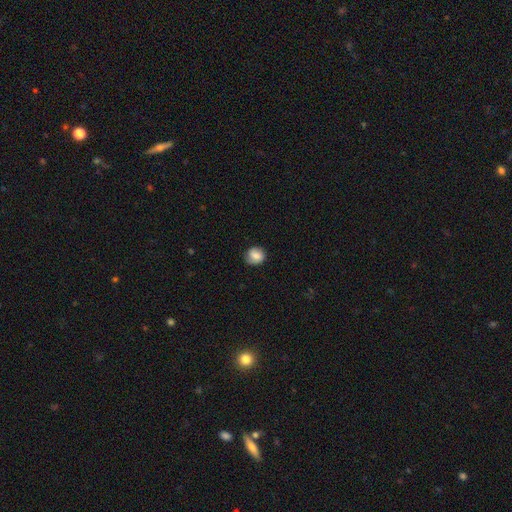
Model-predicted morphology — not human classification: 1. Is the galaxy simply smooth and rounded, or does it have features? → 76% smooth, 16% featured or disk, 8% star or artifact.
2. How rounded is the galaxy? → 78% round, 21% in between, 1% cigar-shaped.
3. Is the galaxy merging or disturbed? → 79% none, 16% minor disturbance, 4% major disturbance, 1% merger.